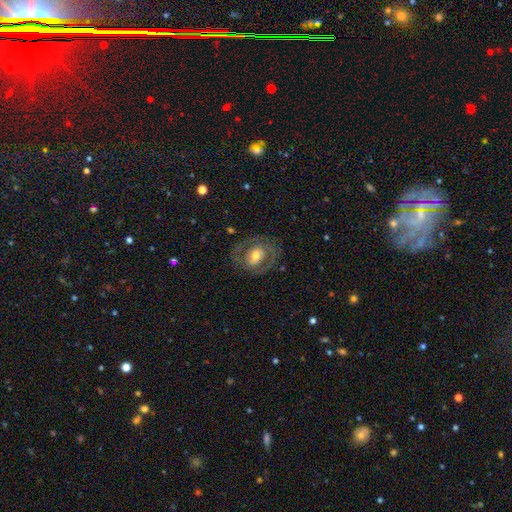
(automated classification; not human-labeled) A featured or disk galaxy (56%) with no bar (59%), no spiral arms (60%) and a moderate central bulge (64%).

Vote fractions:
- Smooth or featured? featured or disk: 56% / smooth: 37% / star or artifact: 7%
- Edge-on disk? no: 95% / yes: 5%
- Bar? no: 59% / weak: 29% / strong: 12%
- Spiral arms? no: 60% / yes: 40%
- Bulge size? moderate: 64% / large: 17% / small: 16% / dominant: 2% / none: 1%
- Merging? none: 72% / minor disturbance: 15% / major disturbance: 12% / merger: 1%